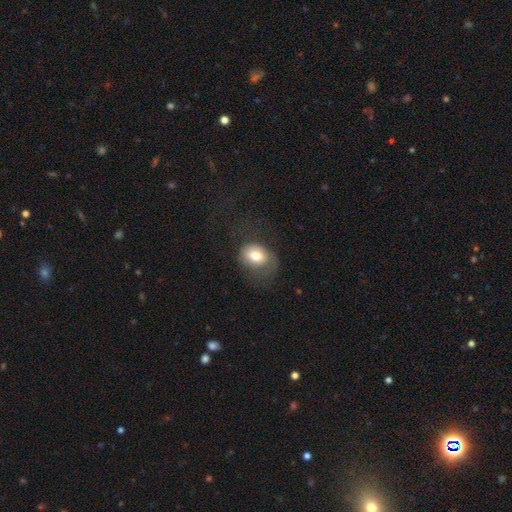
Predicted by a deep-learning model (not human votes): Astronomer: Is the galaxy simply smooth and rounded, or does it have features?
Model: smooth — 74%.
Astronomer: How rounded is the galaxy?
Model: in between — 65%.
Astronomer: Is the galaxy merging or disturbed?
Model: none — 44% (runner-up: major disturbance, 29%).